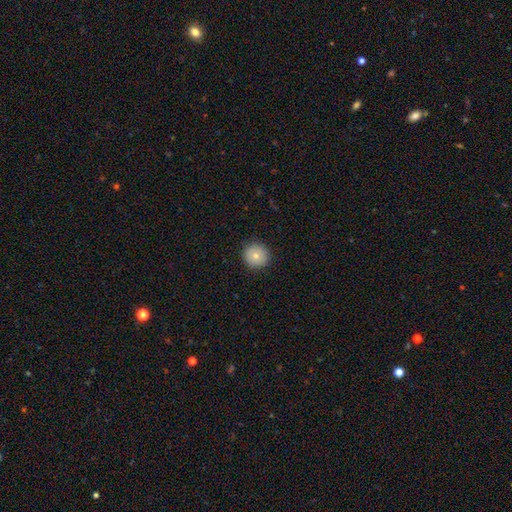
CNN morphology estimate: A smooth galaxy with no disk features (79%) that is round (93%). Merging: none (91%).